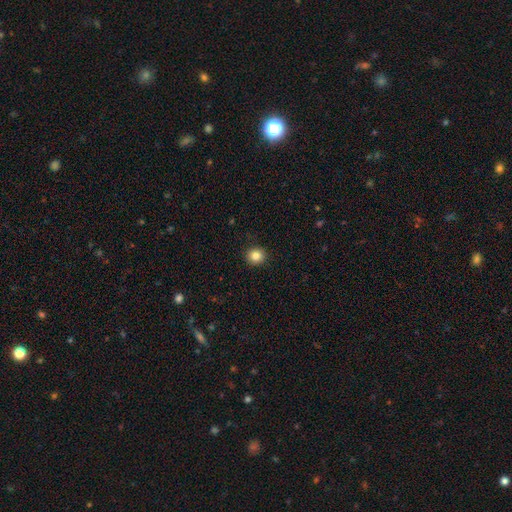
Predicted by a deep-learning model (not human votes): This is clearly a smooth galaxy (84%). How rounded: clearly round (90%). Merging: clearly none (92%).